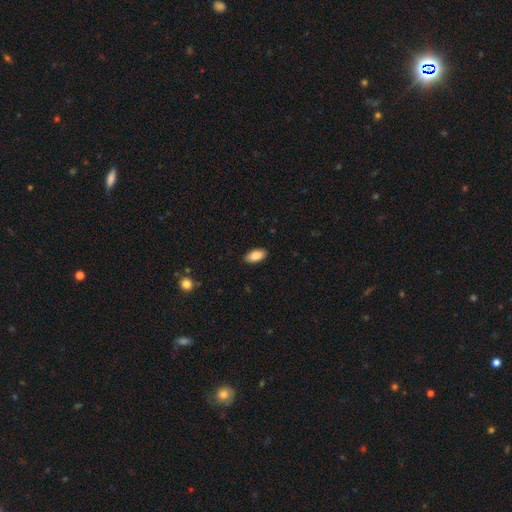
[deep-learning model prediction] Smooth or featured: smooth — 88% (star or artifact — 6%)
How rounded: in between — 93% (cigar-shaped — 5%)
Merging: none — 88% (minor disturbance — 9%)